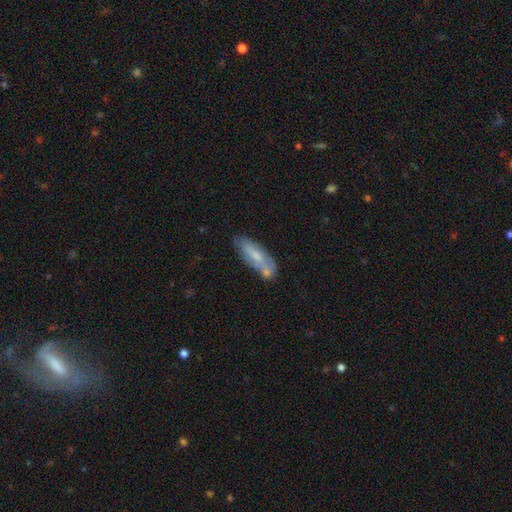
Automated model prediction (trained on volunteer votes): This appears to be a smooth galaxy with no disk features (57%) that is in between round and cigar-shaped (56%). Merging: none (55%).